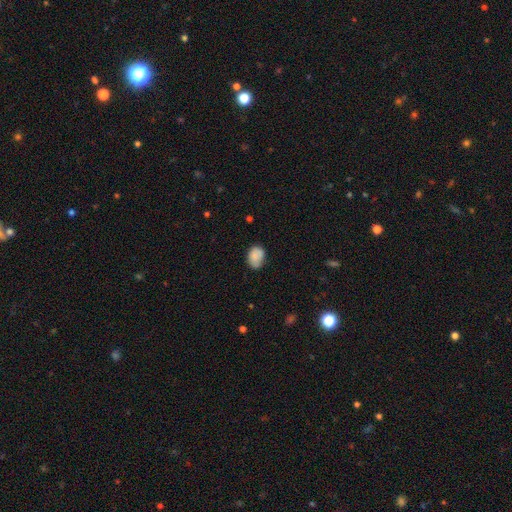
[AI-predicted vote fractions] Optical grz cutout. It shows a smooth galaxy with no disk features (82%) that is in between round and cigar-shaped (70%). Merging: none (63%).